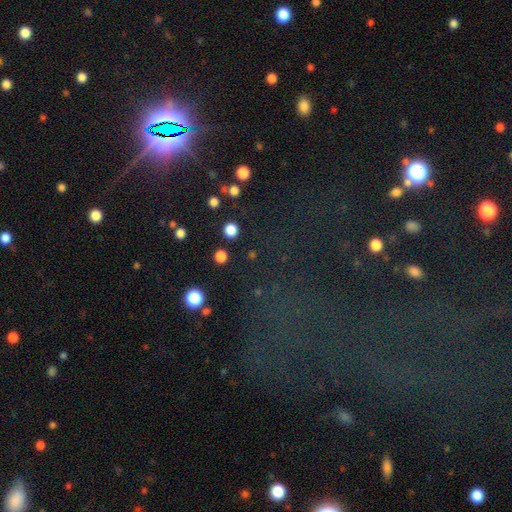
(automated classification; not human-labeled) A star or artifact, not a galaxy (77%).

Vote fractions:
- Smooth or featured? star or artifact: 77% / smooth: 13% / featured or disk: 10%